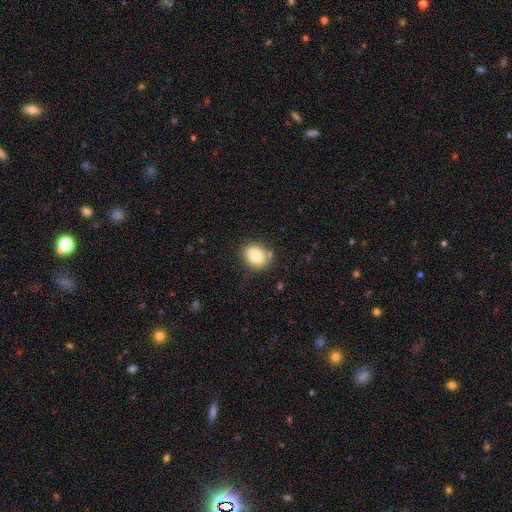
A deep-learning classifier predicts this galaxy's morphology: Overall: smooth (83%). How rounded: round (53%; in between 47%). Merging: none (79%).